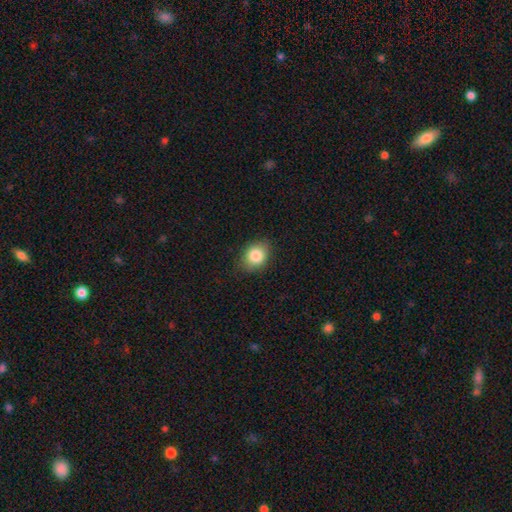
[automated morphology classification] Q: Smooth or featured?
A: smooth (84%); runner-up: star or artifact (9%)
Q: How rounded?
A: in between (58%); runner-up: round (41%)
Q: Merging?
A: none (83%); runner-up: minor disturbance (13%)